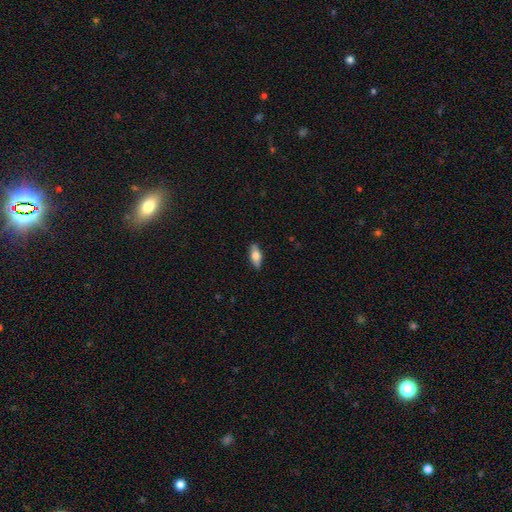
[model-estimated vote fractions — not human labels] smooth 71%, featured or disk 23%, star or artifact 6%. Down the decision tree: how rounded — in between (78%); merging — none (88%).